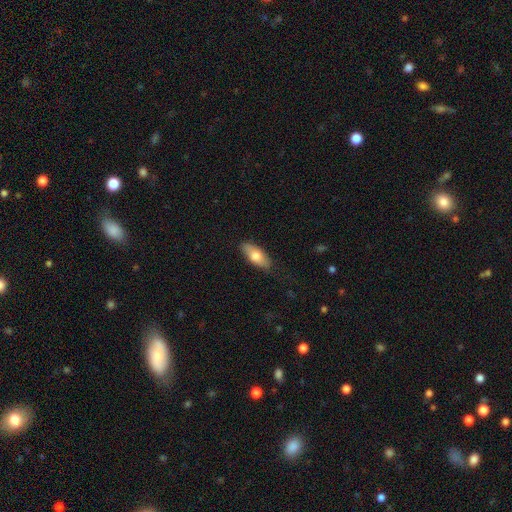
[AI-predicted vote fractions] Smooth or featured? Predicted: smooth (p=0.74). How rounded? Predicted: in between (p=0.81). Merging? Predicted: none (p=0.82).